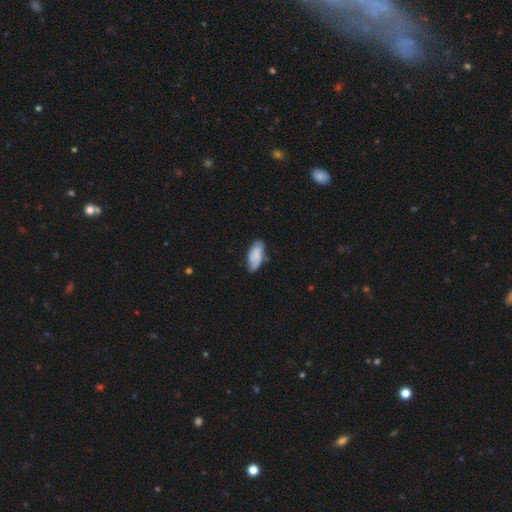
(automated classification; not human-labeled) Morphology: type=smooth (66%); roundness=in between (86%); merging=none (65%).